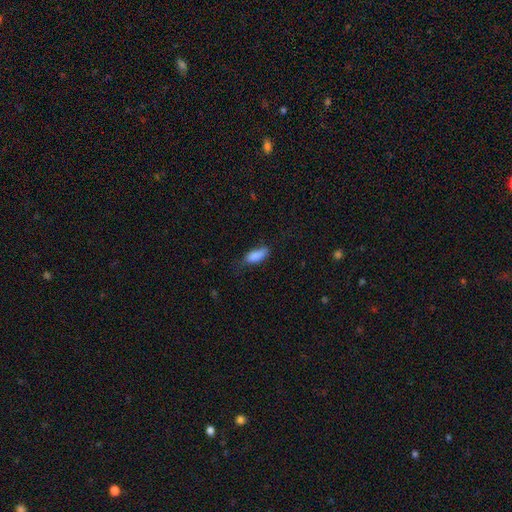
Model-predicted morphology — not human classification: Smooth or featured? smooth (86%)
How rounded? in between (77%)
Merging? none (55%)